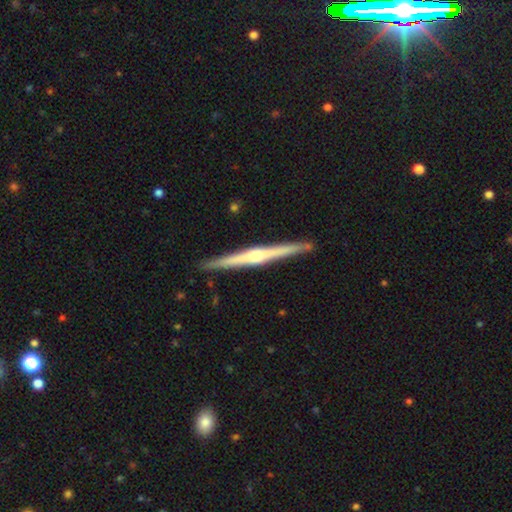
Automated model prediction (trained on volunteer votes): Smooth or featured? Predicted: featured or disk (p=0.78). Edge-on disk? Predicted: yes (p=0.99). Edge-on bulge? Predicted: rounded (p=0.77). Merging? Predicted: none (p=0.91).